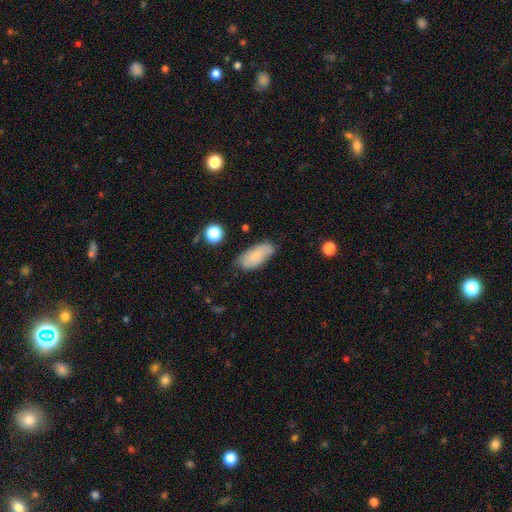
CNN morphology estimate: Smooth or featured? Predicted: smooth (p=0.74). How rounded? Predicted: in between (p=0.89). Merging? Predicted: none (p=0.68).